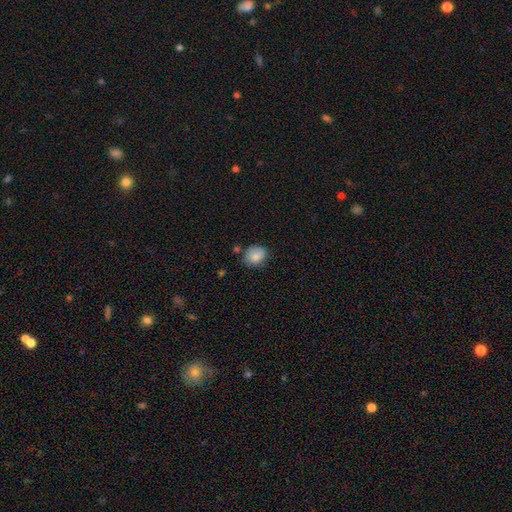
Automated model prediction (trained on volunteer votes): smooth 82%, featured or disk 10%, star or artifact 8%. Down the decision tree: how rounded — round (63%); merging — none (66%).